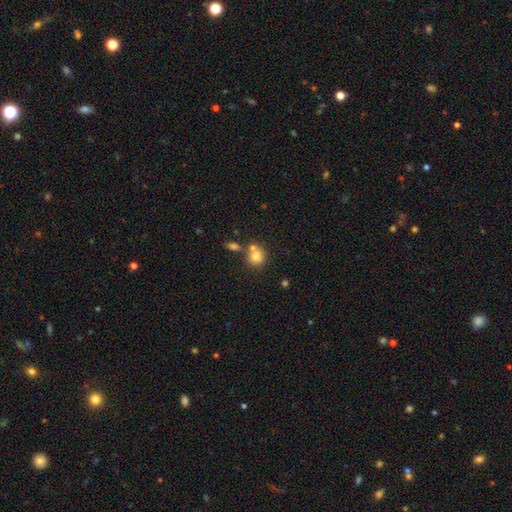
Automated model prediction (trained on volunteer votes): Q: Smooth or featured?
A: smooth (75%); runner-up: featured or disk (13%)
Q: How rounded?
A: round (79%); runner-up: in between (20%)
Q: Merging?
A: none (49%); runner-up: merger (37%)